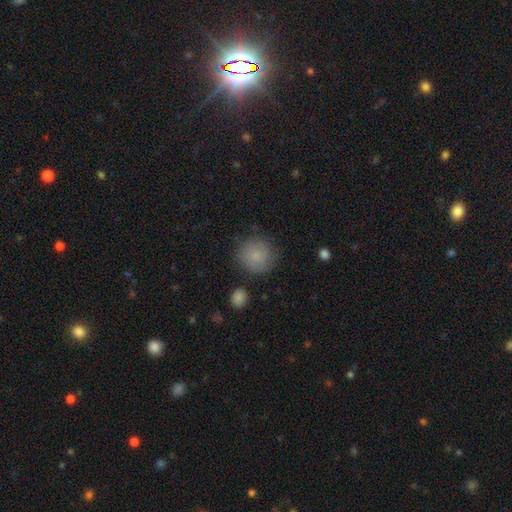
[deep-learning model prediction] Q: Smooth or featured?
A: smooth (77%); runner-up: featured or disk (14%)
Q: How rounded?
A: round (91%); runner-up: in between (8%)
Q: Merging?
A: none (81%); runner-up: minor disturbance (13%)